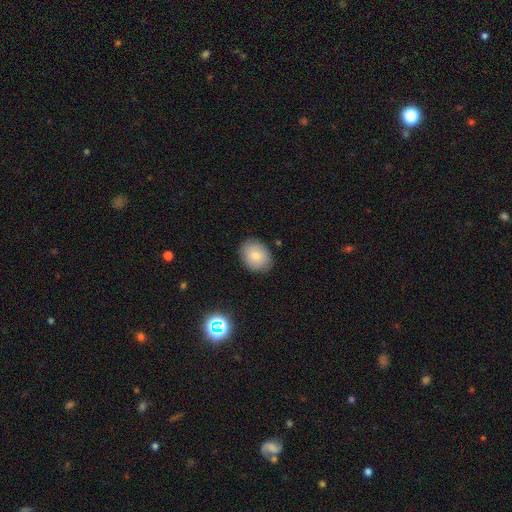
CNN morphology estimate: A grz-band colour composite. It shows a smooth galaxy with no disk features (75%) that is in between round and cigar-shaped (55%). Merging: none (85%).